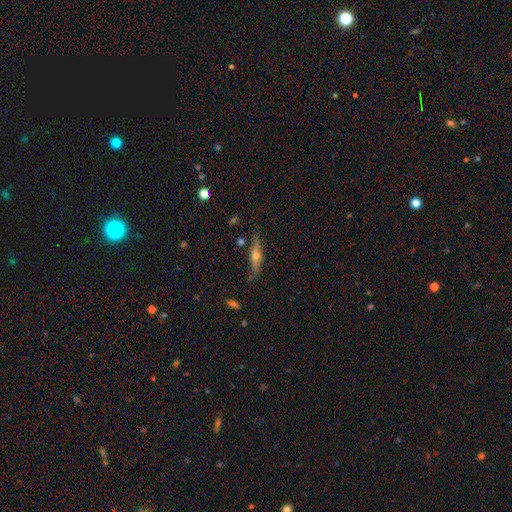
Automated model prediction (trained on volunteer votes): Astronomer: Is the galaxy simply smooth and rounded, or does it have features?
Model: featured or disk — 65%.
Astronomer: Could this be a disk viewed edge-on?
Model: yes — 94%.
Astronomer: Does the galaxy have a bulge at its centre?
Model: rounded — 93%.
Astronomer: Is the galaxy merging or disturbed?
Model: none — 83%.